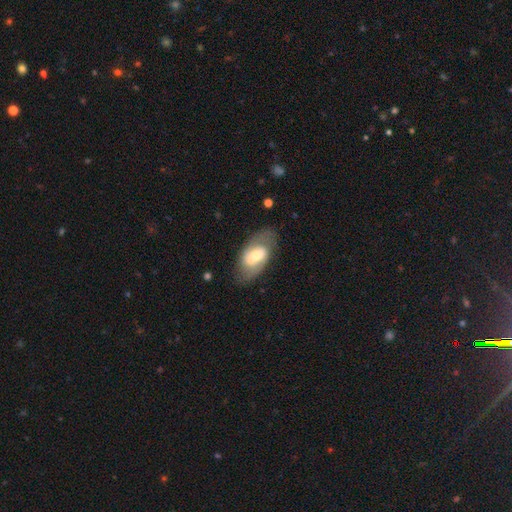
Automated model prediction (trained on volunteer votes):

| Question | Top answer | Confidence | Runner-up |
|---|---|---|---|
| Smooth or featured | featured or disk | 52% | smooth (41%) |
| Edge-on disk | no | 91% | yes (9%) |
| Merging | none | 71% | minor disturbance (18%) |